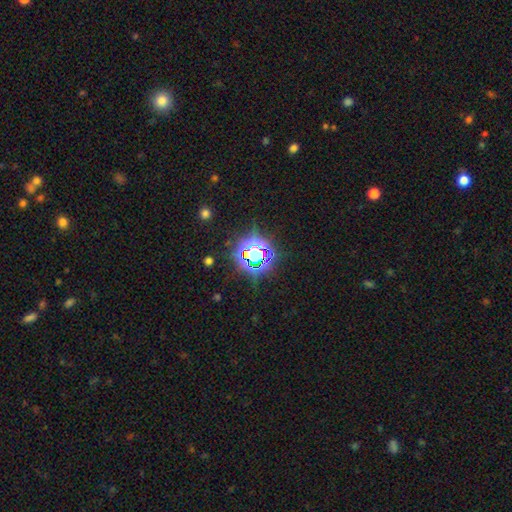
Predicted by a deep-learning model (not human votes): smooth_or_featured: star or artifact (p=0.74) [alt: smooth p=0.16]